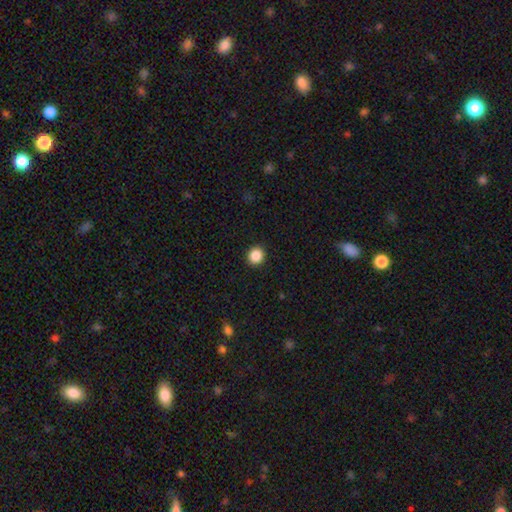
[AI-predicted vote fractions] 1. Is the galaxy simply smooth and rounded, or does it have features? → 87% smooth, 10% star or artifact, 3% featured or disk.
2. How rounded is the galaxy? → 90% round, 9% in between, 1% cigar-shaped.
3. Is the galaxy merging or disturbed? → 93% none, 5% minor disturbance, 2% major disturbance, 1% merger.